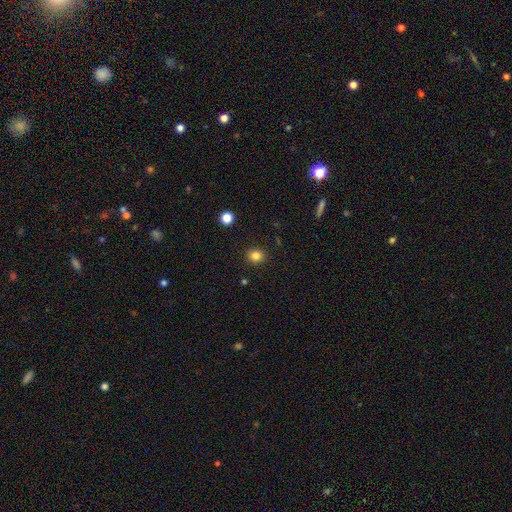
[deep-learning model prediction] Smooth or featured? smooth (83%)
How rounded? round (79%)
Merging? none (90%)